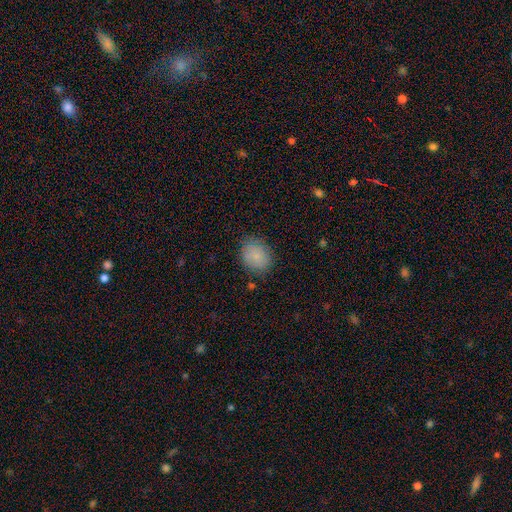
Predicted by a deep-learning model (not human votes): This appears to be a smooth galaxy with no disk features (84%) that is round (60%). Merging: none (81%).